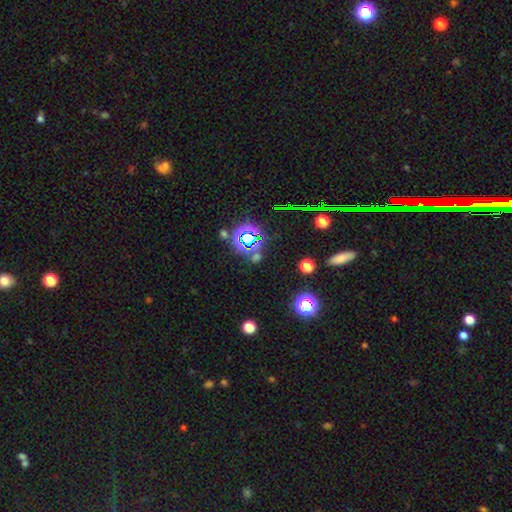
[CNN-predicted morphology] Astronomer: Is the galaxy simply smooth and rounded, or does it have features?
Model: star or artifact — 73%.